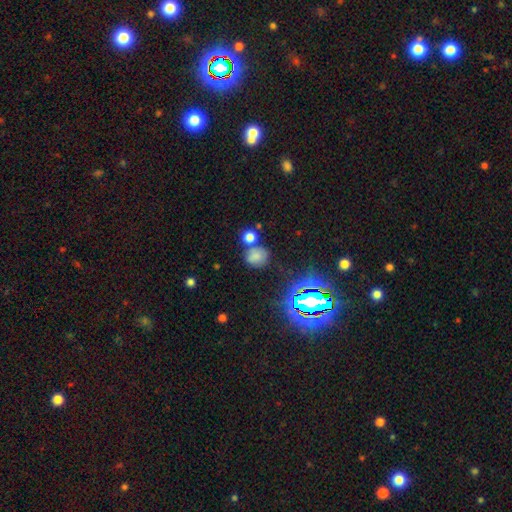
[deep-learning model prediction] Smooth or featured?
  - smooth: 67% *
  - star or artifact: 23%
  - featured or disk: 11%
How rounded?
  - round: 81% *
  - in between: 18%
  - cigar-shaped: 1%
Merging?
  - none: 59% *
  - merger: 23%
  - minor disturbance: 13%
  - major disturbance: 5%